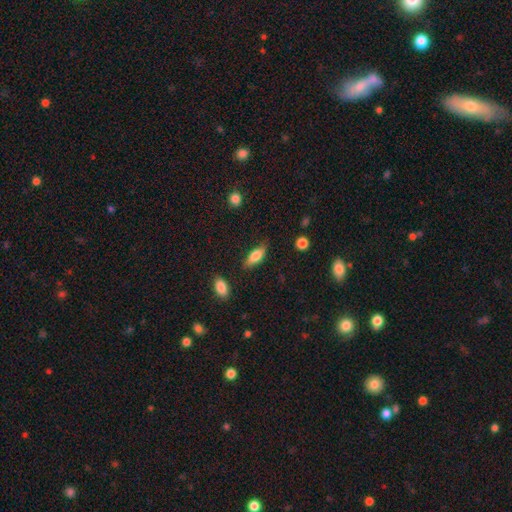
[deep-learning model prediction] Smooth or featured? smooth (76%)
How rounded? in between (70%)
Merging? none (77%)